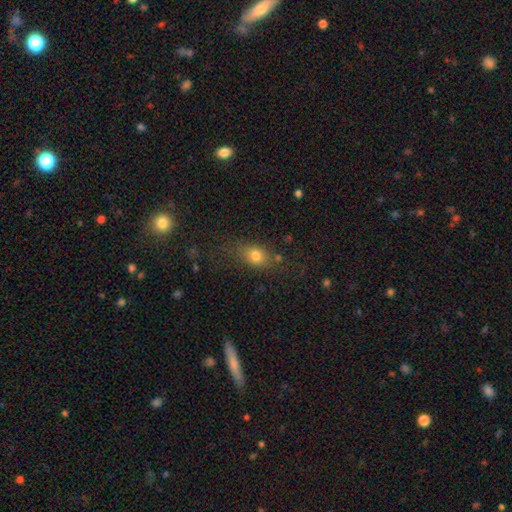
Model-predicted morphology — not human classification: This appears to be a smooth galaxy with no disk features (75%) that is in between round and cigar-shaped (56%). Merging: none (65%).